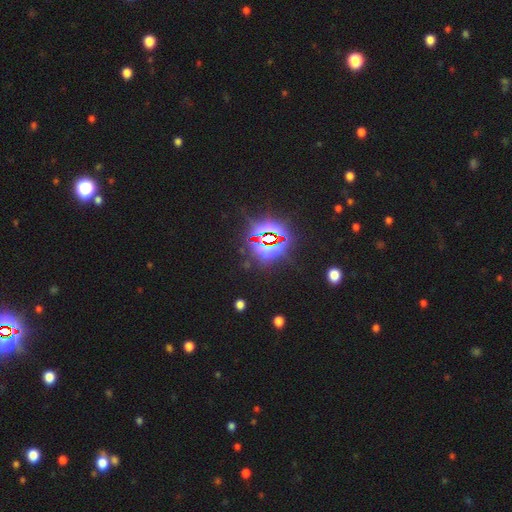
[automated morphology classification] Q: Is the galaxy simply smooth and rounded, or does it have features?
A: star or artifact — 85%.